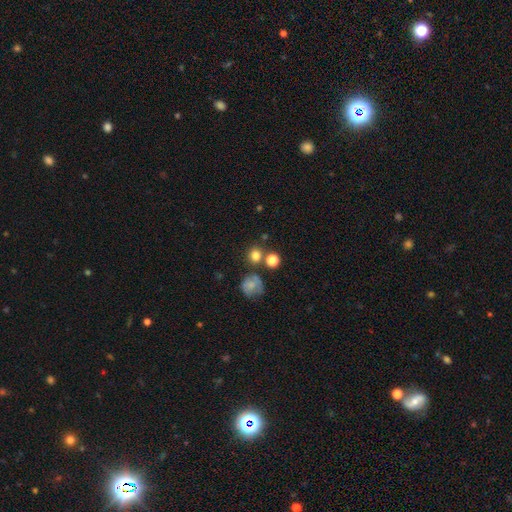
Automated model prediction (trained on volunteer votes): The model was most divided on "merging": none: 70%, merger: 16%, minor disturbance: 10%, major disturbance: 4%. More confident: how rounded — round (86%); smooth or featured — smooth (78%).